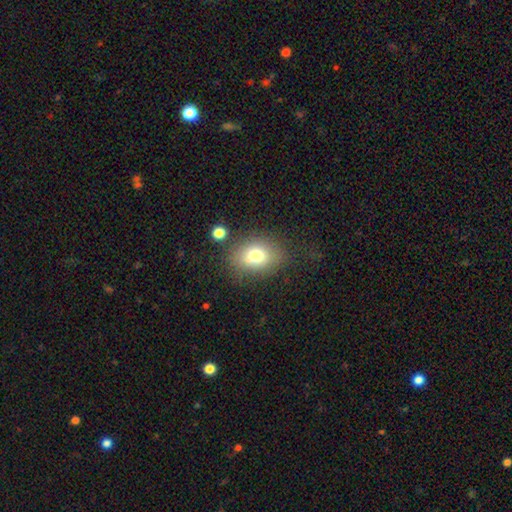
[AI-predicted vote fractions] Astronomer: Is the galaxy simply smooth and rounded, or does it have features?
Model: smooth — 73%.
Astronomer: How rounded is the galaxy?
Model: in between — 65%.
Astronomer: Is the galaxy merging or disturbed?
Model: none — 69%.